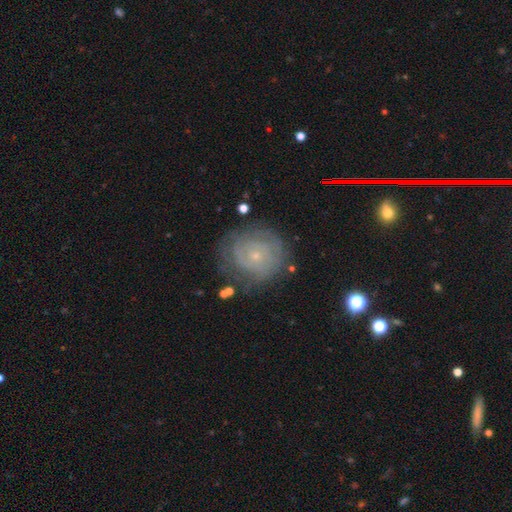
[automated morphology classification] smooth-or-featured: featured or disk: 65% | smooth: 24% | star or artifact: 11%
  disk-edge-on: no: 97% | yes: 3%
    bar: no: 82% | weak: 15% | strong: 3%
    has-spiral-arms: yes: 82% | no: 18%
      spiral-winding: tight: 78% | medium: 17% | loose: 6%
      spiral-arm-count: can't tell: 54% | 2: 18% | 3: 10% | 4: 7% | more than 4: 5% | 1: 5%
    bulge-size: small: 84% | moderate: 12% | none: 2% | large: 1% | dominant: 1%
  merging: none: 76% | minor disturbance: 16% | major disturbance: 7% | merger: 2%